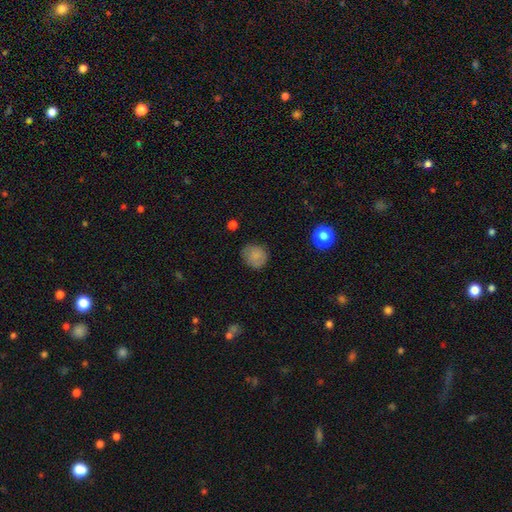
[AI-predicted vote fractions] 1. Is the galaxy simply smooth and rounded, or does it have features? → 80% smooth, 10% featured or disk, 10% star or artifact.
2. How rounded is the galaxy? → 76% round, 23% in between, 1% cigar-shaped.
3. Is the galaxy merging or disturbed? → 77% none, 18% minor disturbance, 4% major disturbance, 1% merger.